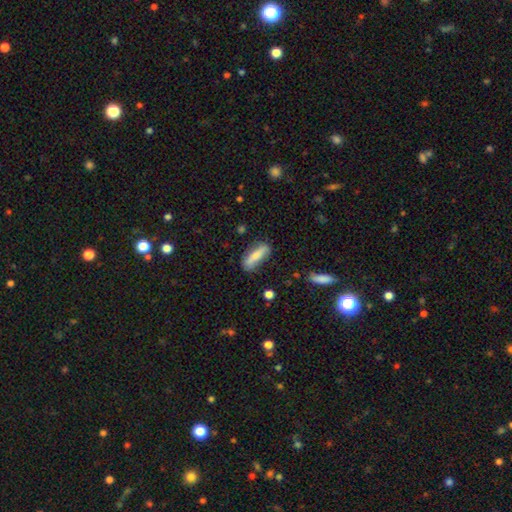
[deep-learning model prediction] Overall: smooth (73%). How rounded: cigar-shaped (57%; in between 41%). Merging: none (75%).